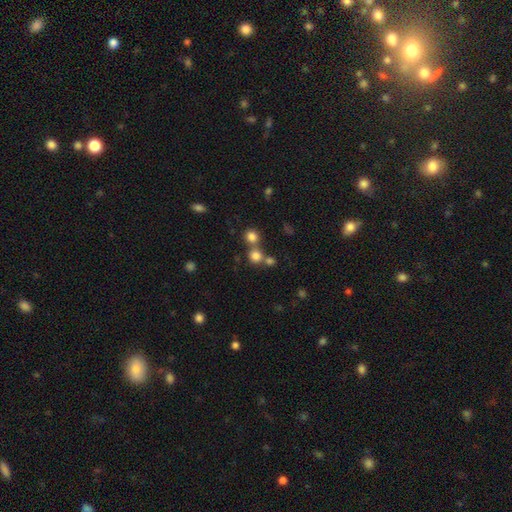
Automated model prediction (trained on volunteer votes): smooth_or_featured: smooth (p=0.77) [alt: star or artifact p=0.15]
how_rounded: round (p=0.89) [alt: in between p=0.10]
merging: none (p=0.56) [alt: merger p=0.34]